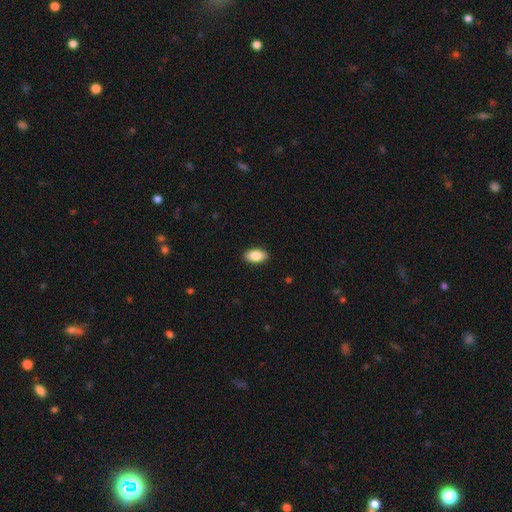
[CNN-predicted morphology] Overall: smooth (86%). How rounded: in between (93%). Merging: none (90%).